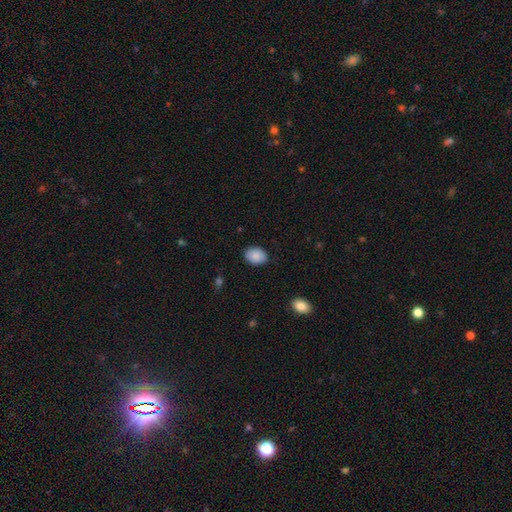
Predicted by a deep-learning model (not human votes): A smooth galaxy with no disk features (88%) that is in between round and cigar-shaped (72%). Merging: none (86%).